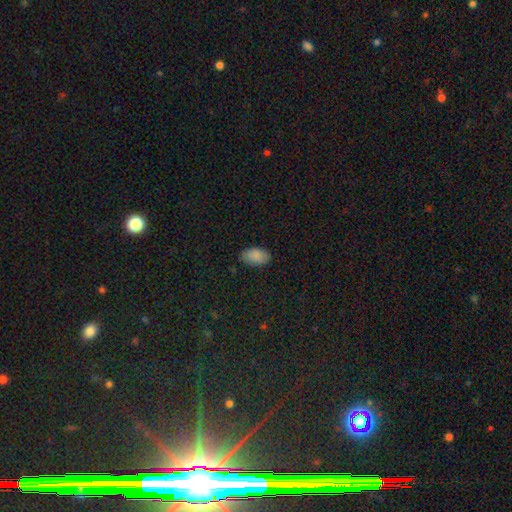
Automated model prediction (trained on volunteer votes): smooth-or-featured: smooth: 88% | star or artifact: 7% | featured or disk: 4%
  how-rounded: in between: 94% | round: 4% | cigar-shaped: 2%
  merging: none: 84% | minor disturbance: 12% | major disturbance: 3% | merger: 1%